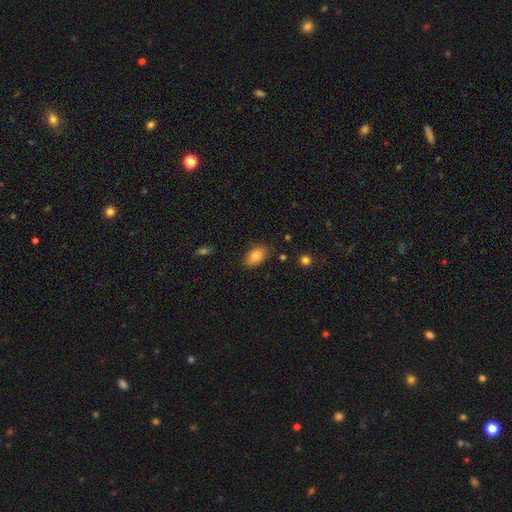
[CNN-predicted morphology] type=smooth (84%); roundness=in between (87%); merging=none (80%).